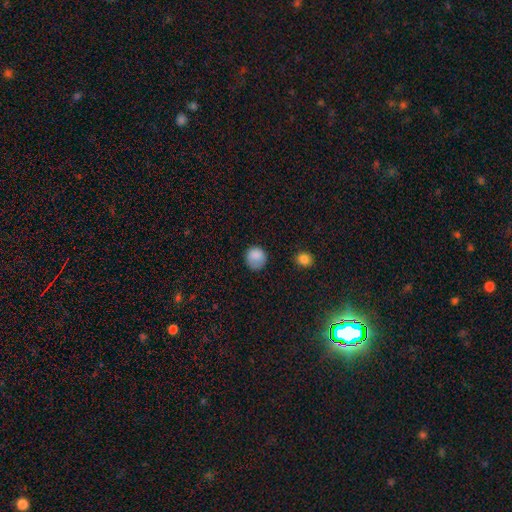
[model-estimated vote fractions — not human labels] Smooth or featured? smooth (85%)
How rounded? round (85%)
Merging? none (72%)